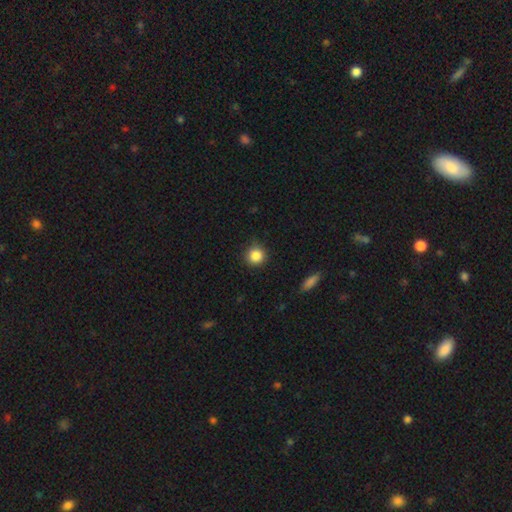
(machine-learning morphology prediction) Smooth or featured?
  - smooth: 86% *
  - star or artifact: 10%
  - featured or disk: 4%
How rounded?
  - round: 93% *
  - in between: 6%
  - cigar-shaped: 1%
Merging?
  - none: 88% *
  - minor disturbance: 9%
  - major disturbance: 2%
  - merger: 1%